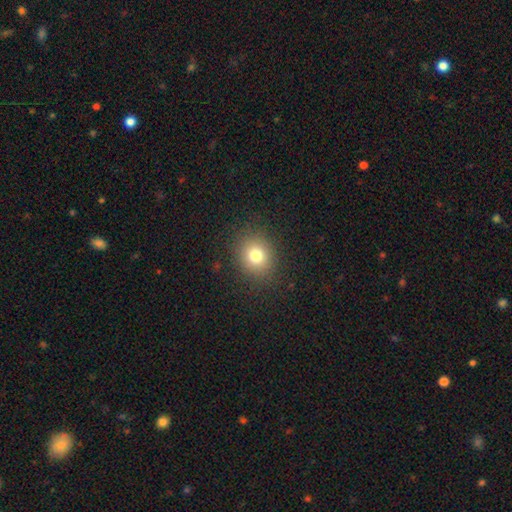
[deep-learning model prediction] Q: Smooth or featured?
A: smooth (78%); runner-up: star or artifact (14%)
Q: How rounded?
A: round (78%); runner-up: in between (21%)
Q: Merging?
A: none (88%); runner-up: minor disturbance (8%)